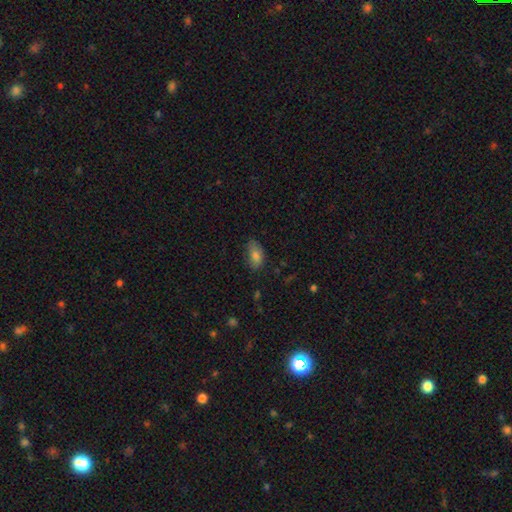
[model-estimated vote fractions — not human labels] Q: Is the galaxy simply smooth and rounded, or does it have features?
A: smooth — 81%.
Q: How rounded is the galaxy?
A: in between — 91%.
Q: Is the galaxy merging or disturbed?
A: none — 67%.